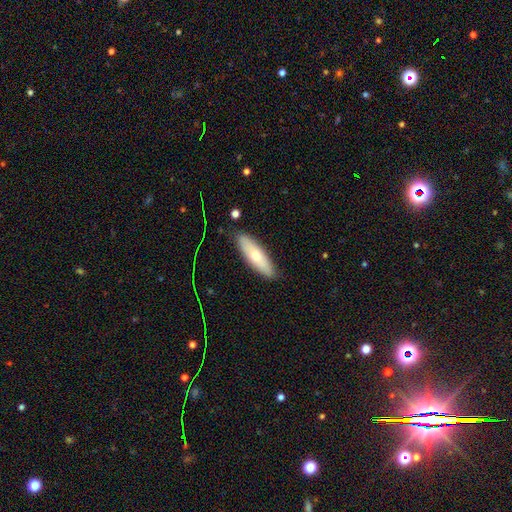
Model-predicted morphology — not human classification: The model was most divided on "how rounded": cigar-shaped: 50%, in between: 48%, round: 2%. More confident: merging — none (86%); smooth or featured — smooth (62%).